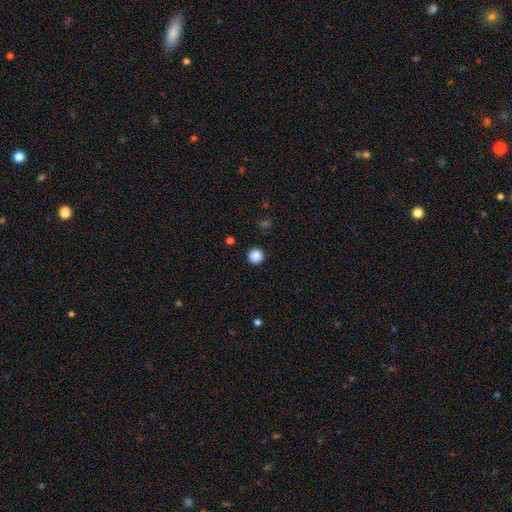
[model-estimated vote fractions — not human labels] Morphology: type=smooth (87%); roundness=round (96%); merging=none (93%).